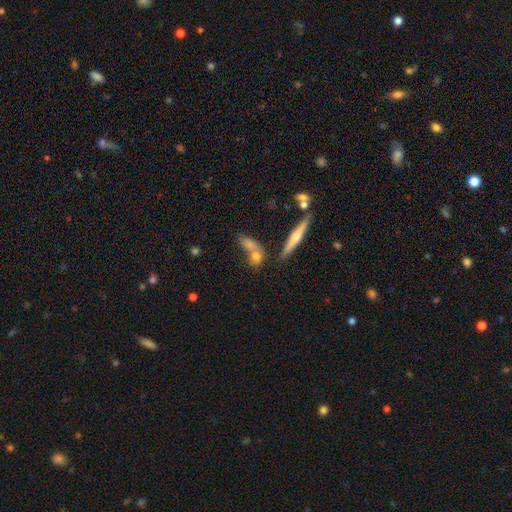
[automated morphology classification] Overall: smooth (65%). How rounded: in between (47%; round 33%). Merging: none (45%; merger 38%).